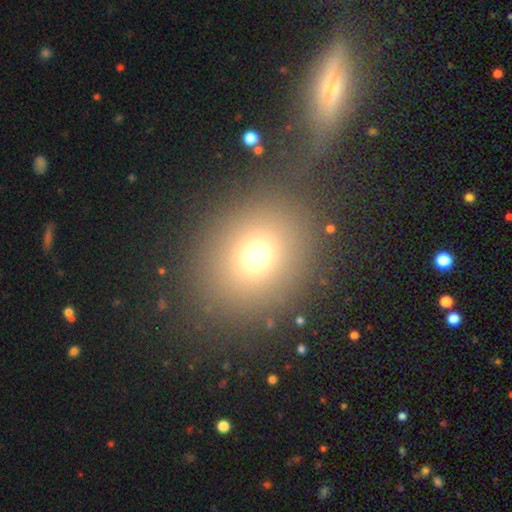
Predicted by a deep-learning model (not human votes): Q: Smooth or featured?
A: smooth (70%); runner-up: star or artifact (20%)
Q: How rounded?
A: round (71%); runner-up: in between (27%)
Q: Merging?
A: none (84%); runner-up: minor disturbance (8%)